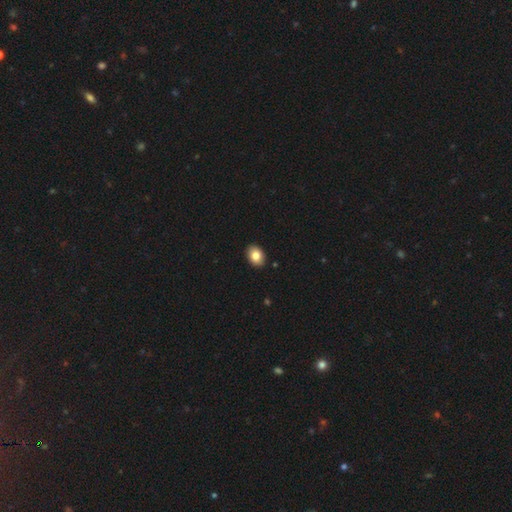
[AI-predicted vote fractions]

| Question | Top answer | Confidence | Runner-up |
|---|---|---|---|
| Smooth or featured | smooth | 84% | featured or disk (8%) |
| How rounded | in between | 76% | round (23%) |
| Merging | none | 91% | minor disturbance (7%) |